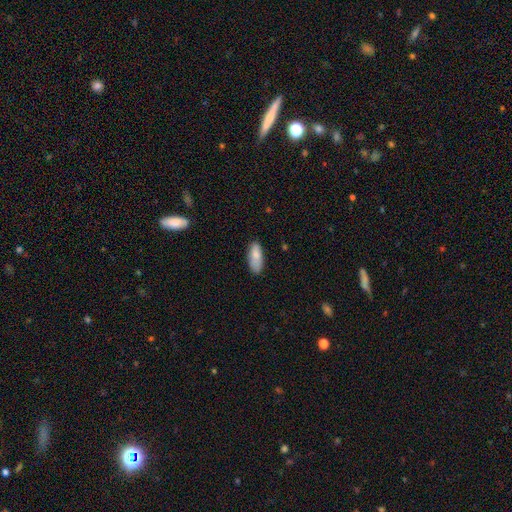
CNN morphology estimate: Overall: smooth (83%). How rounded: in between (78%). Merging: none (76%).